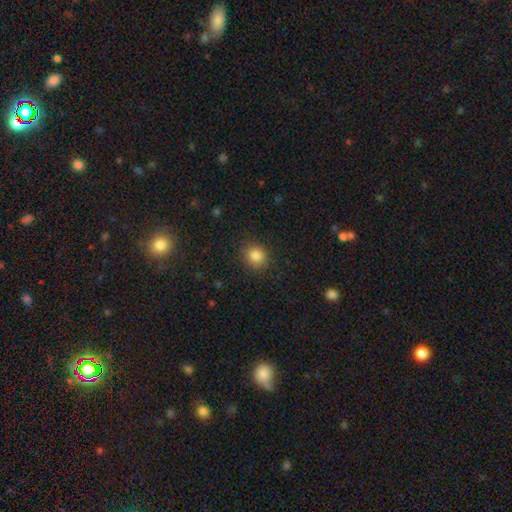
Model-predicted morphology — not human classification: Overall: smooth (84%). How rounded: round (82%). Merging: none (88%).